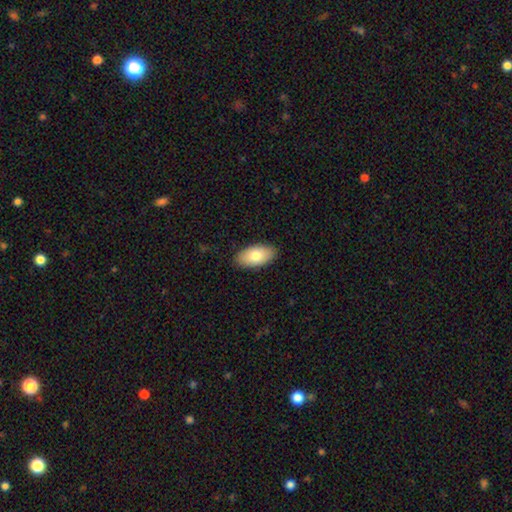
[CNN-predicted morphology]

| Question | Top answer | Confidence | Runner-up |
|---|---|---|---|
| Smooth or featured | smooth | 77% | featured or disk (16%) |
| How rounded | in between | 94% | round (3%) |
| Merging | none | 88% | minor disturbance (9%) |